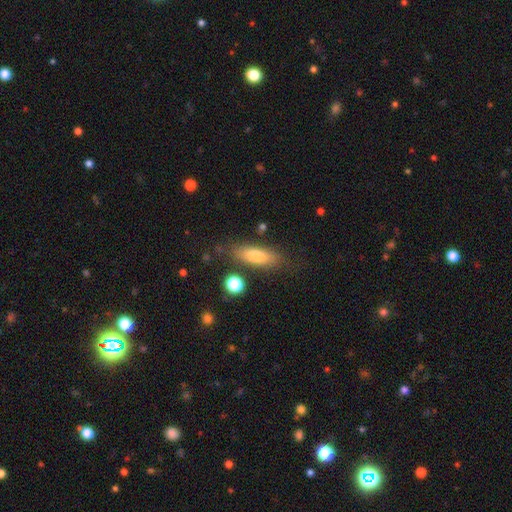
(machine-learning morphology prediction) Smooth or featured? smooth (71%)
How rounded? in between (51%)
Merging? none (79%)